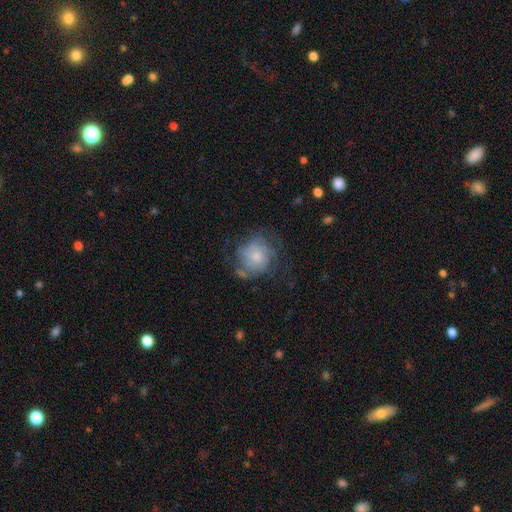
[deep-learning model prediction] The model was most divided on "smooth or featured": featured or disk: 48%, smooth: 43%, star or artifact: 9%. More confident: merging — none (52%).